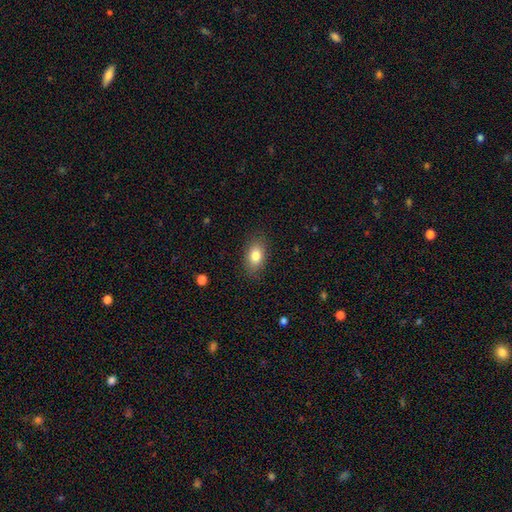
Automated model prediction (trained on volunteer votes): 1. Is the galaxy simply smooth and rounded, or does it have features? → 82% smooth, 10% featured or disk, 8% star or artifact.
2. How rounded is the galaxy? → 86% in between, 12% round, 2% cigar-shaped.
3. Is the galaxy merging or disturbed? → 85% none, 11% minor disturbance, 3% major disturbance, 1% merger.